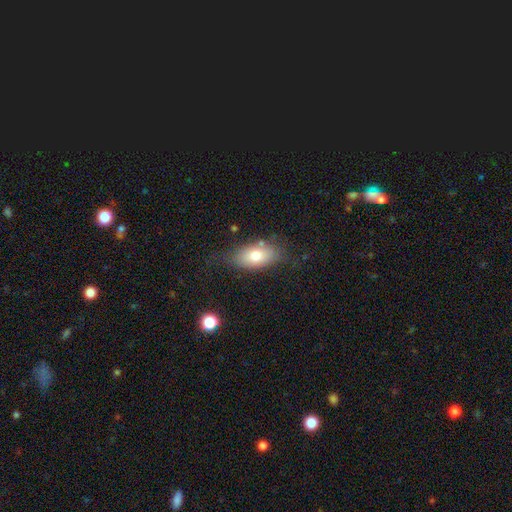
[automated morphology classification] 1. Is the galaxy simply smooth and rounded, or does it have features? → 74% smooth, 18% featured or disk, 8% star or artifact.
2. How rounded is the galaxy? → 89% in between, 6% round, 5% cigar-shaped.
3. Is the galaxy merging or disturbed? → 70% none, 19% minor disturbance, 7% major disturbance, 4% merger.